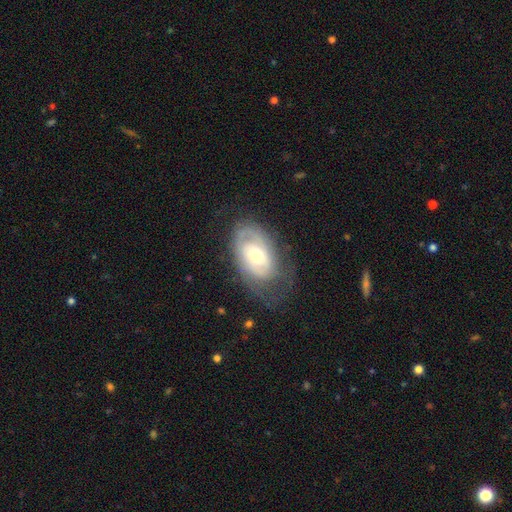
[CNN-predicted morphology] Smooth or featured?
  - featured or disk: 71% *
  - smooth: 22%
  - star or artifact: 7%
Edge-on disk?
  - no: 94% *
  - yes: 6%
Bar?
  - no: 65% *
  - weak: 28%
  - strong: 7%
Spiral arms?
  - yes: 79% *
  - no: 21%
Spiral winding?
  - tight: 63% *
  - medium: 27%
  - loose: 10%
Spiral arm count?
  - can't tell: 45% *
  - 2: 33%
  - 1: 11%
  - 3: 7%
  - 4: 2%
  - more than 4: 2%
Bulge size?
  - moderate: 61% *
  - small: 30%
  - large: 7%
  - none: 1%
  - dominant: 1%
Merging?
  - none: 60% *
  - minor disturbance: 24%
  - major disturbance: 14%
  - merger: 1%